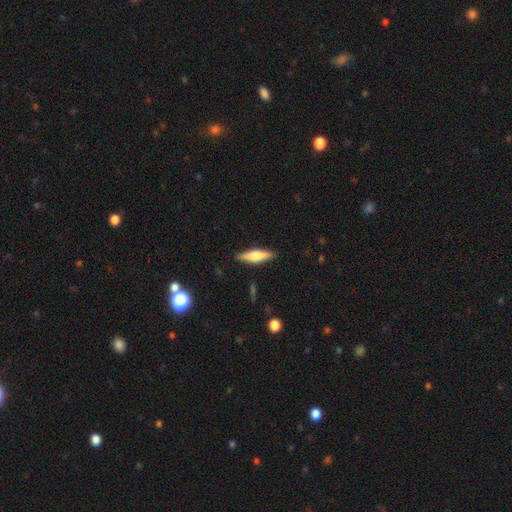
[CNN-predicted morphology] A smooth galaxy with no disk features (51%) that is cigar-shaped (64%). Merging: none (88%).